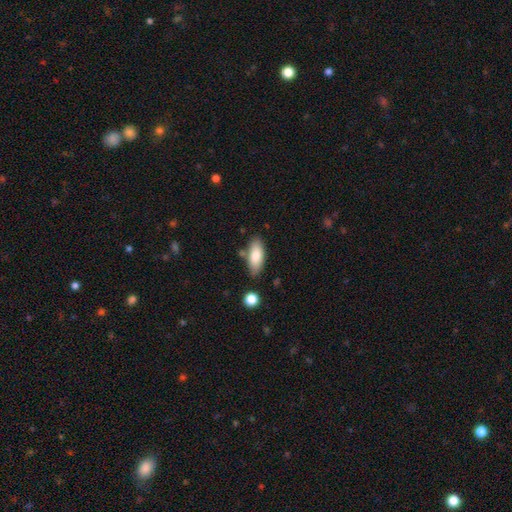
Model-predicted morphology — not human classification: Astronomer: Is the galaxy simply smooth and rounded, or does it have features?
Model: smooth — 81%.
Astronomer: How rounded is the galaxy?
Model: in between — 80%.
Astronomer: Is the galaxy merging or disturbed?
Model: none — 77%.